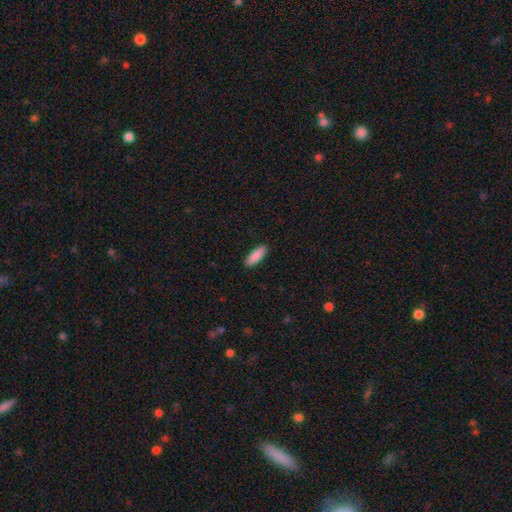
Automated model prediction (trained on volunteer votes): Smooth or featured: smooth — 89% (featured or disk — 6%)
How rounded: in between — 55% (cigar-shaped — 44%)
Merging: none — 90% (minor disturbance — 7%)